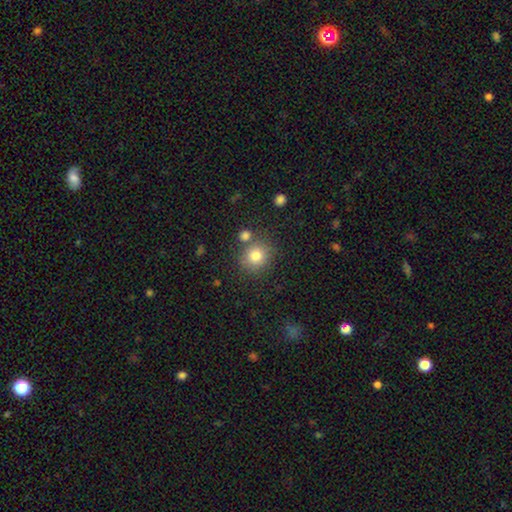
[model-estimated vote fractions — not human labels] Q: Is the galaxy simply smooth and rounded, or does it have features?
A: smooth — 79%.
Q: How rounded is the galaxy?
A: round — 85%.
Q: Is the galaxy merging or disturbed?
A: none — 75%.